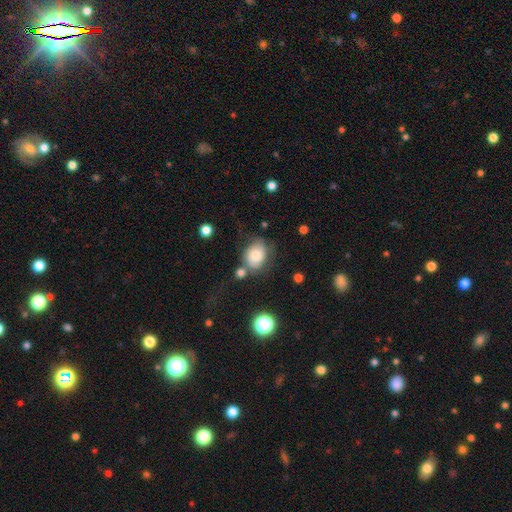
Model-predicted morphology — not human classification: Q: Smooth or featured?
A: smooth (68%); runner-up: featured or disk (22%)
Q: How rounded?
A: in between (59%); runner-up: round (40%)
Q: Merging?
A: none (49%); runner-up: minor disturbance (25%)